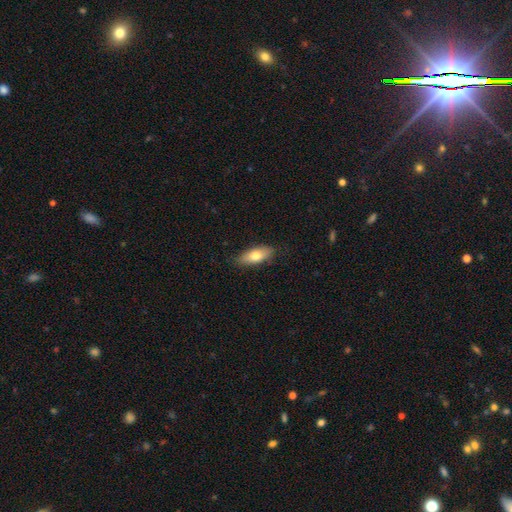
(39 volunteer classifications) Smooth or featured? 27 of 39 (69%) said smooth. How rounded? 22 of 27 (81%) said in between. Merging? 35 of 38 (92%) said none.